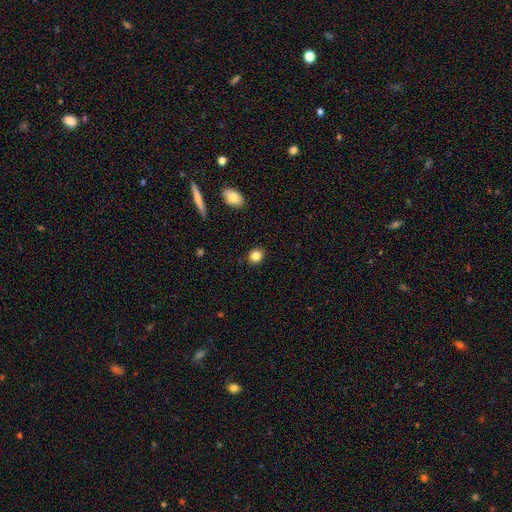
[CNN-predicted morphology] A smooth galaxy with no disk features (85%) that is round (81%). Merging: none (90%).